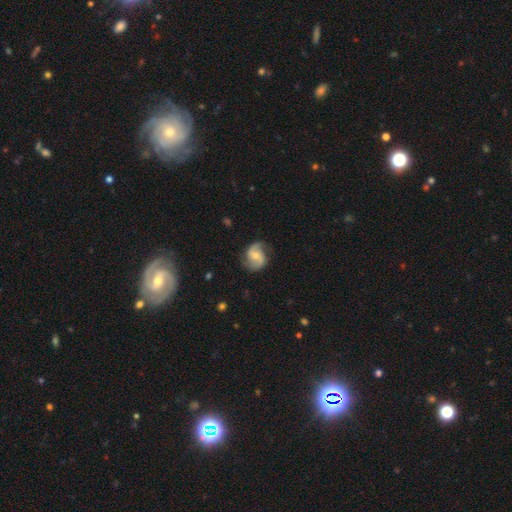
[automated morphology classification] Overall: featured or disk (82%). Edge-on disk: no (98%). Bar: no (47%; weak 42%). Spiral arms: yes (96%). Spiral arm count: 2 (92%). Spiral winding: medium (49%; loose 34%). Bulge size: moderate (45%; small 44%). Merging: none (78%).